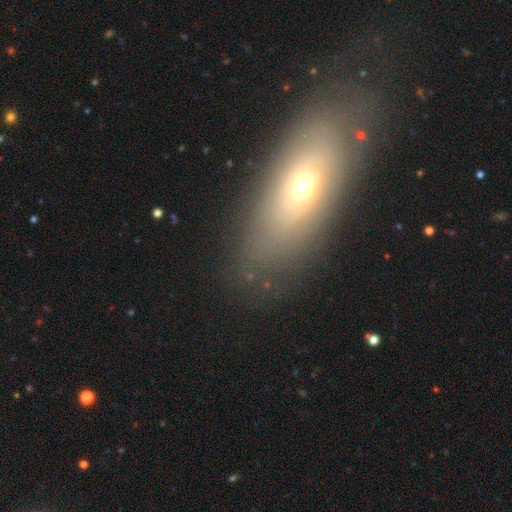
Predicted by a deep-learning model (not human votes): smooth-or-featured: smooth: 56% | featured or disk: 29% | star or artifact: 15%
  how-rounded: in between: 67% | cigar-shaped: 23% | round: 10%
  merging: none: 80% | minor disturbance: 11% | major disturbance: 6% | merger: 3%